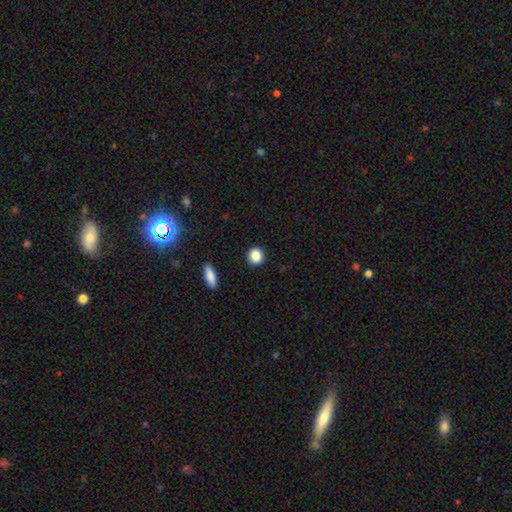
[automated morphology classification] This is clearly a smooth galaxy (87%). How rounded: clearly round (81%). Merging: clearly none (91%).